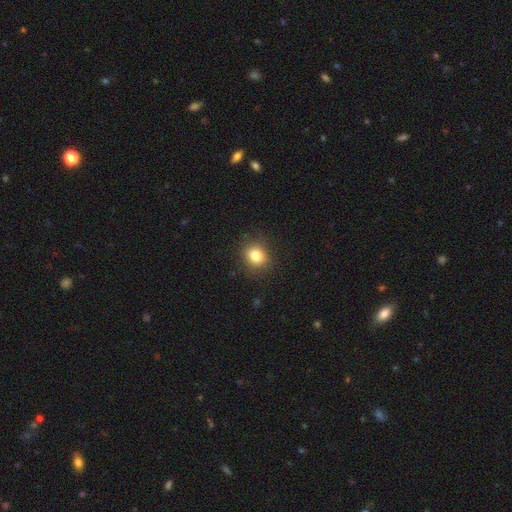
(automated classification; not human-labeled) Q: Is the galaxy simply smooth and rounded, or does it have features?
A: smooth — 82%.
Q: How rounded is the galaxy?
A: round — 70%.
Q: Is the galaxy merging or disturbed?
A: none — 86%.